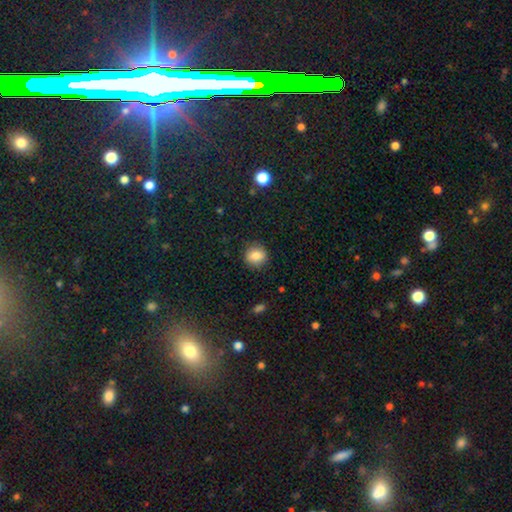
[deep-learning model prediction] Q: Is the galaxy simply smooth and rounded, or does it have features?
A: smooth — 83%.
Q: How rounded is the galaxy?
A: round — 83%.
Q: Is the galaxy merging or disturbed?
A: none — 87%.